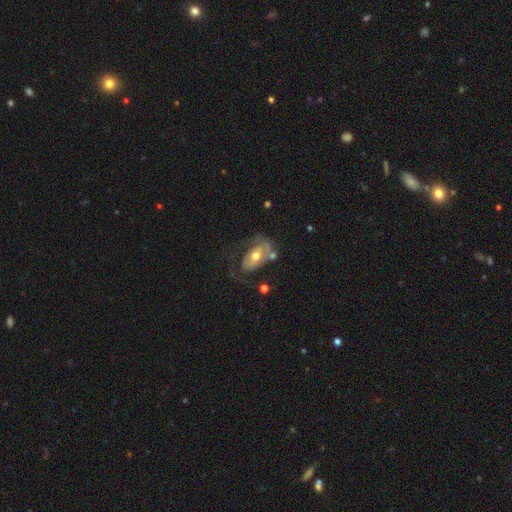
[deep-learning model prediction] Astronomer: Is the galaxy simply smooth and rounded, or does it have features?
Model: featured or disk — 63%.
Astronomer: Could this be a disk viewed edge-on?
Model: no — 94%.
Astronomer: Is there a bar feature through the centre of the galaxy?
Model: no — 65%.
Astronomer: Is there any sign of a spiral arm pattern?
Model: yes — 68%.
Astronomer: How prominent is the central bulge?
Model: moderate — 71%.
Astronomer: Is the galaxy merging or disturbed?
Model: none — 35% (runner-up: major disturbance, 34%).